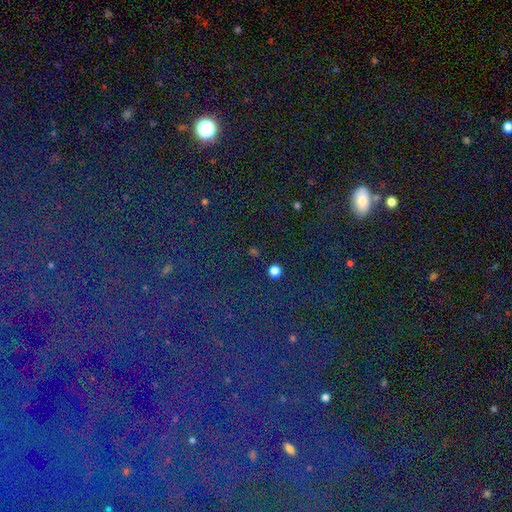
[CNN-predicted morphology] A star or artifact, not a galaxy (77%).

Vote fractions:
- Smooth or featured? star or artifact: 77% / smooth: 13% / featured or disk: 10%